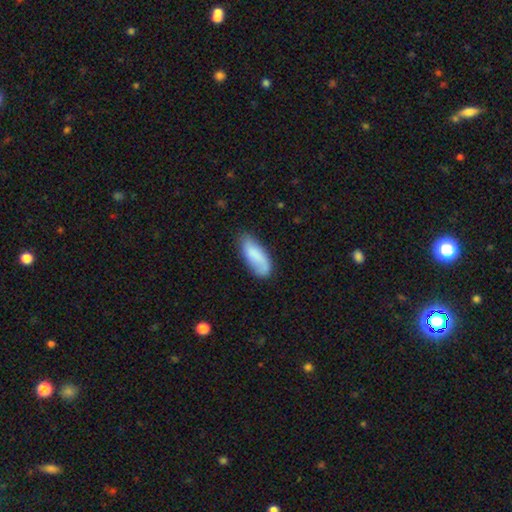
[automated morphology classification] type=smooth (77%); roundness=in between (80%); merging=none (68%).